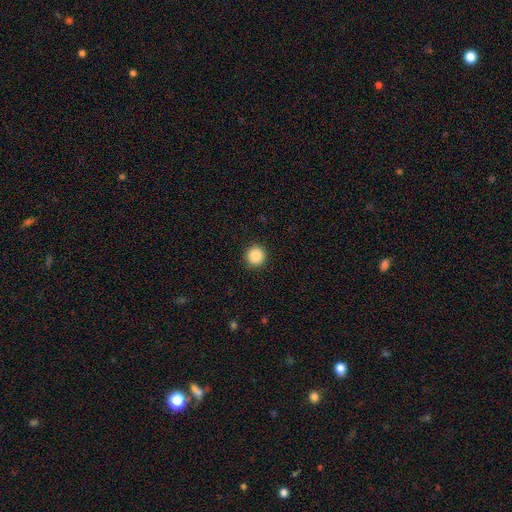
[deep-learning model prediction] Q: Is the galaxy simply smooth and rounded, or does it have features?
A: smooth — 88%.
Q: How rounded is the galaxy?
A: round — 95%.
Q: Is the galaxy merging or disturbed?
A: none — 93%.